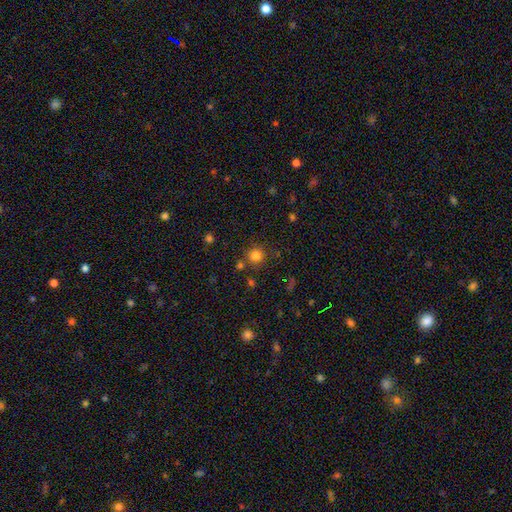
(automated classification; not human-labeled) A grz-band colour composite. It shows a smooth galaxy with no disk features (80%) that is round (93%). Merging: none (81%).